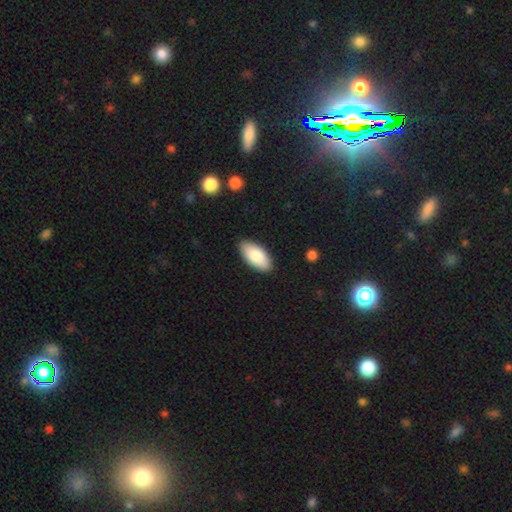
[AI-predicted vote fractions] A smooth galaxy with no disk features (85%) that is in between round and cigar-shaped (93%).

Vote fractions:
- Smooth or featured? smooth: 85% / featured or disk: 10% / star or artifact: 5%
- How rounded? in between: 93% / cigar-shaped: 6% / round: 2%
- Merging? none: 88% / minor disturbance: 9% / major disturbance: 2% / merger: 1%